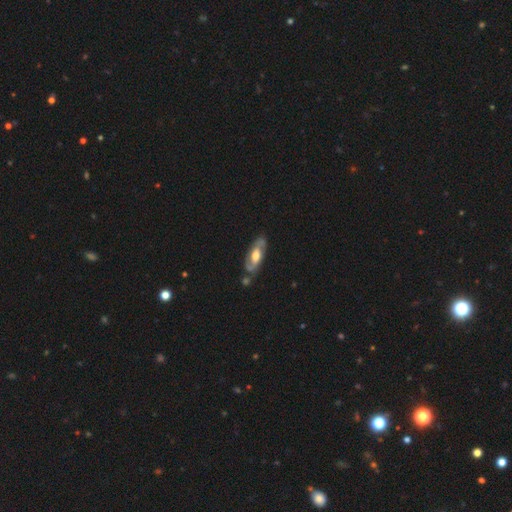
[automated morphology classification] Smooth or featured? Predicted: featured or disk (p=0.70). Edge-on disk? Predicted: no (p=0.84). Bar? Predicted: no (p=0.48). Spiral arms? Predicted: yes (p=0.77). Bulge size? Predicted: moderate (p=0.62). Merging? Predicted: none (p=0.73).